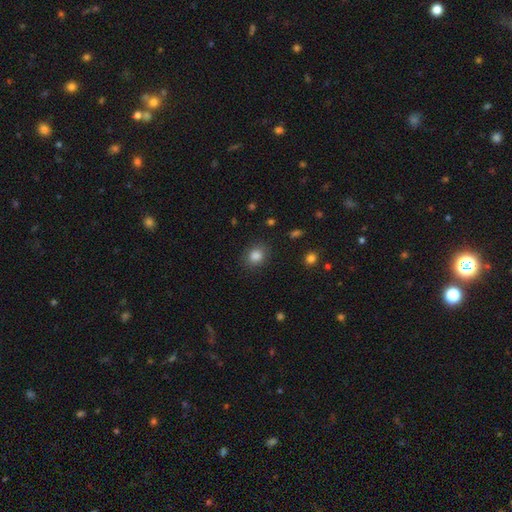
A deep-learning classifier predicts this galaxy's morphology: smooth_or_featured: smooth (p=0.85) [alt: star or artifact p=0.10]
how_rounded: round (p=0.63) [alt: in between p=0.36]
merging: none (p=0.84) [alt: minor disturbance p=0.11]